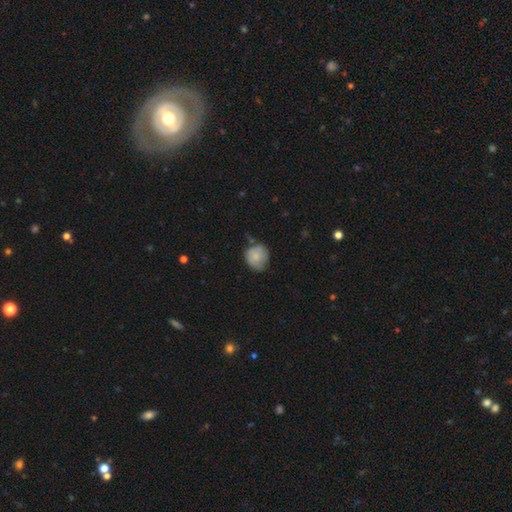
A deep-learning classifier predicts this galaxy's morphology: Smooth or featured? Predicted: smooth (p=0.76). How rounded? Predicted: round (p=0.77). Merging? Predicted: none (p=0.55).